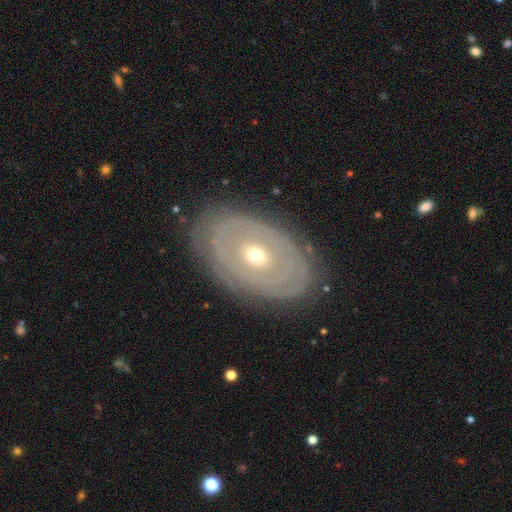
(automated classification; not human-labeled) This appears to be a featured or disk galaxy (73%) with no bar (86%), no spiral arms (54%) and a small central bulge (54%). Merging: none (80%).